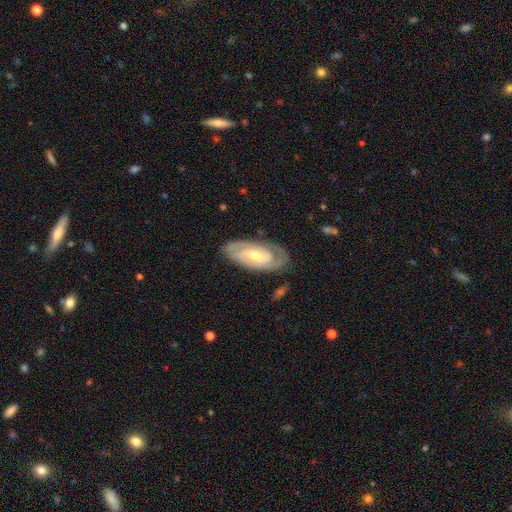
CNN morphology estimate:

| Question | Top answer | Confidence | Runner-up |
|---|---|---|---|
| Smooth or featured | featured or disk | 81% | smooth (14%) |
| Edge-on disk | no | 93% | yes (7%) |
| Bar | weak | 41% | tied: no (41%) |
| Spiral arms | yes | 92% | no (8%) |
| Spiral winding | tight | 64% | medium (30%) |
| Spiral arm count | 2 | 65% | can't tell (19%) |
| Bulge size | moderate | 53% | small (43%) |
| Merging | none | 81% | minor disturbance (14%) |